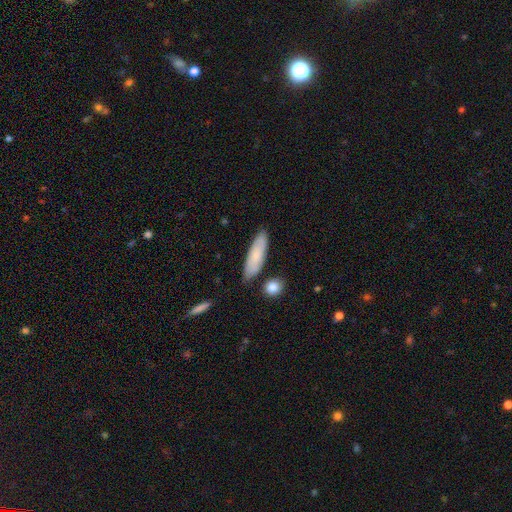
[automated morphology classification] Q: Smooth or featured?
A: smooth (74%); runner-up: featured or disk (19%)
Q: How rounded?
A: cigar-shaped (58%); runner-up: in between (40%)
Q: Merging?
A: none (80%); runner-up: minor disturbance (13%)